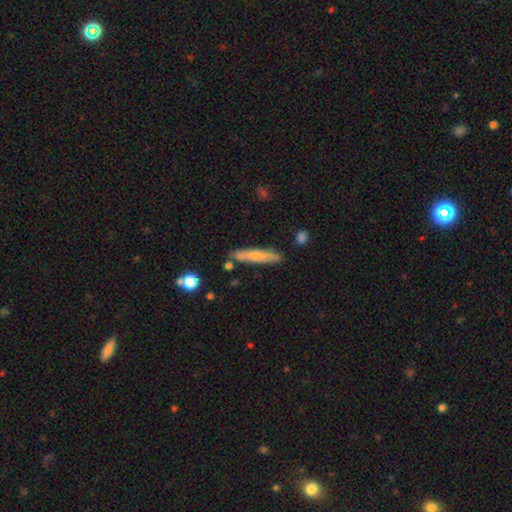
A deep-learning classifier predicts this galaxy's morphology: smooth_or_featured: smooth (p=0.64) [alt: featured or disk p=0.29]
how_rounded: cigar-shaped (p=0.89) [alt: in between p=0.10]
merging: none (p=0.81) [alt: minor disturbance p=0.12]